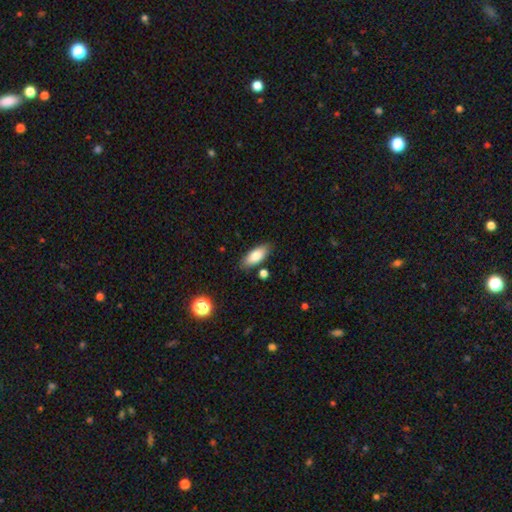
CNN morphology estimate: The model was most divided on "how rounded": in between: 80%, cigar-shaped: 17%, round: 2%. More confident: merging — none (83%); smooth or featured — smooth (82%).